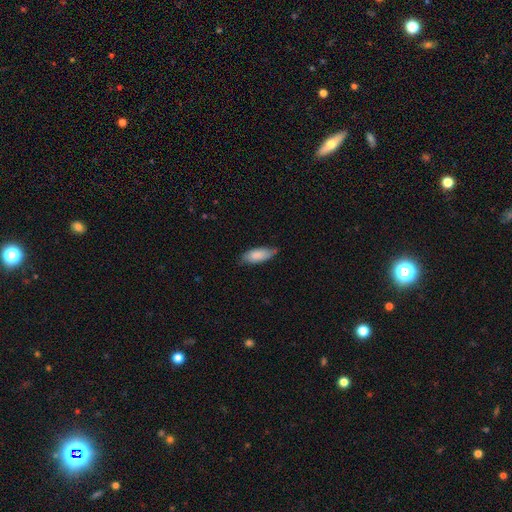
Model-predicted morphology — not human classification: Smooth or featured?
  - smooth: 84% *
  - featured or disk: 10%
  - star or artifact: 6%
How rounded?
  - in between: 77% *
  - cigar-shaped: 21%
  - round: 2%
Merging?
  - none: 70% *
  - minor disturbance: 25%
  - major disturbance: 4%
  - merger: 1%